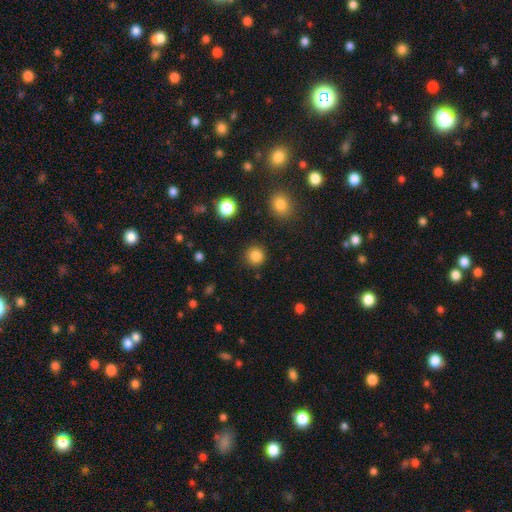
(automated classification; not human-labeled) Q: Smooth or featured?
A: smooth (85%); runner-up: star or artifact (11%)
Q: How rounded?
A: round (94%); runner-up: in between (5%)
Q: Merging?
A: none (91%); runner-up: minor disturbance (5%)